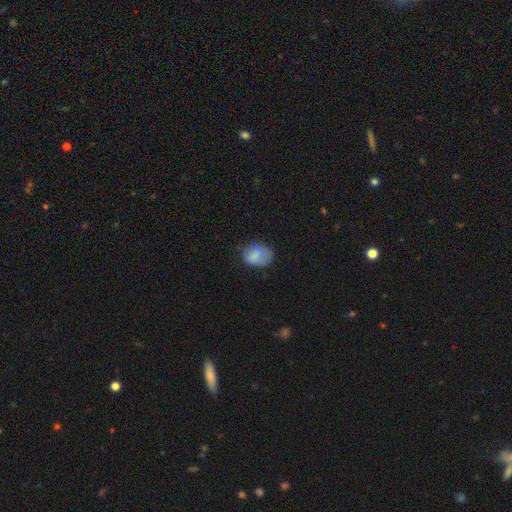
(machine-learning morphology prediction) A smooth galaxy with no disk features (74%) that is in between round and cigar-shaped (67%). Merging: none (50%).